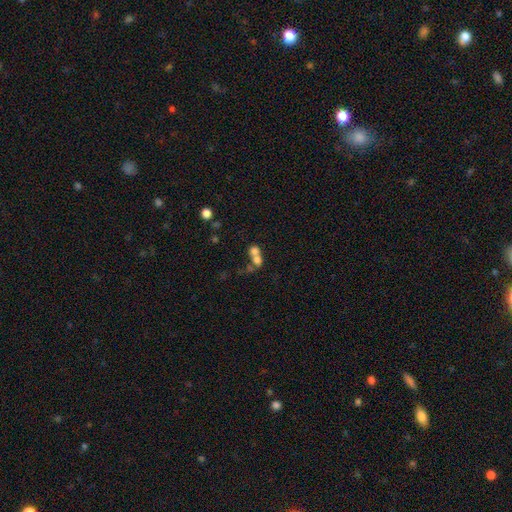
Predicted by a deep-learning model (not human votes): Overall: smooth (68%). How rounded: round (57%; in between 40%). Merging: merger (70%).